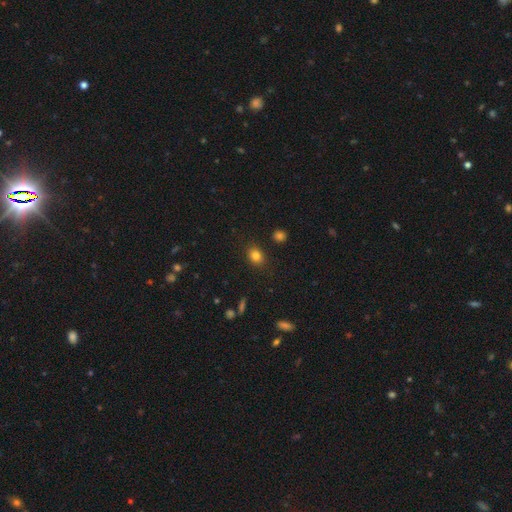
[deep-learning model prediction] smooth-or-featured: smooth: 82% | star or artifact: 12% | featured or disk: 7%
  how-rounded: round: 50% | in between: 49% | cigar-shaped: 1%
  merging: none: 87% | minor disturbance: 9% | major disturbance: 3% | merger: 2%